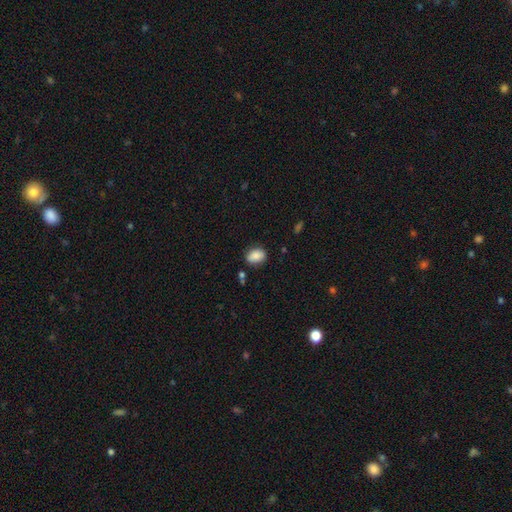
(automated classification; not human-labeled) Smooth or featured? smooth (86%)
How rounded? in between (75%)
Merging? none (80%)